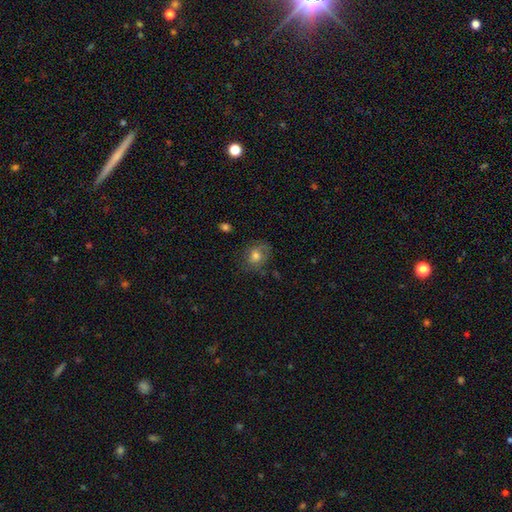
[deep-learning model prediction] Smooth or featured?
  - smooth: 63% *
  - featured or disk: 26%
  - star or artifact: 11%
How rounded?
  - round: 63% *
  - in between: 36%
  - cigar-shaped: 1%
Merging?
  - none: 66% *
  - minor disturbance: 22%
  - major disturbance: 11%
  - merger: 2%